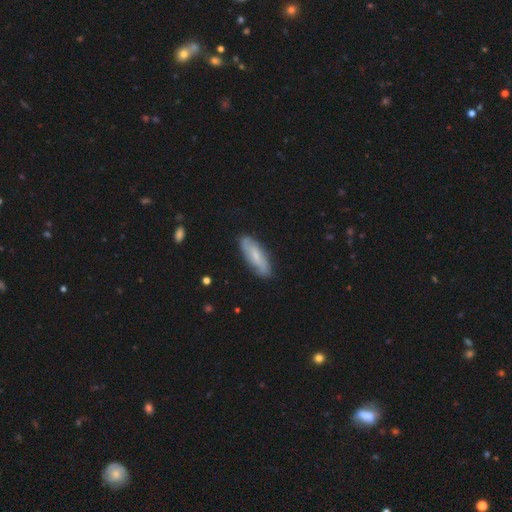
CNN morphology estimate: Smooth or featured: smooth — 54% (featured or disk — 40%)
How rounded: in between — 59% (cigar-shaped — 39%)
Merging: none — 81% (minor disturbance — 15%)